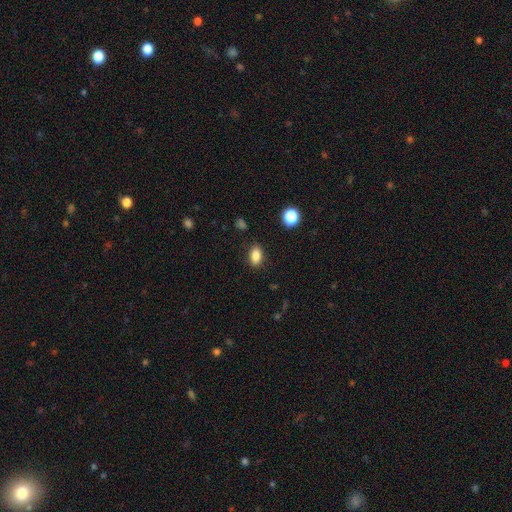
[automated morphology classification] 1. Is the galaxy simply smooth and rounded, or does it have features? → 85% smooth, 10% star or artifact, 6% featured or disk.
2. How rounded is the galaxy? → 86% in between, 12% round, 3% cigar-shaped.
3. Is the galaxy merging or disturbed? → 87% none, 9% minor disturbance, 3% major disturbance, 1% merger.